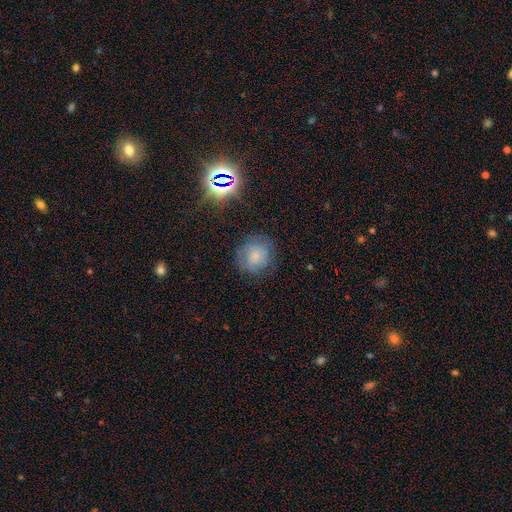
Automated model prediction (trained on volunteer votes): The model was most divided on "smooth or featured": smooth: 64%, featured or disk: 23%, star or artifact: 13%. More confident: how rounded — round (85%); merging — none (72%).